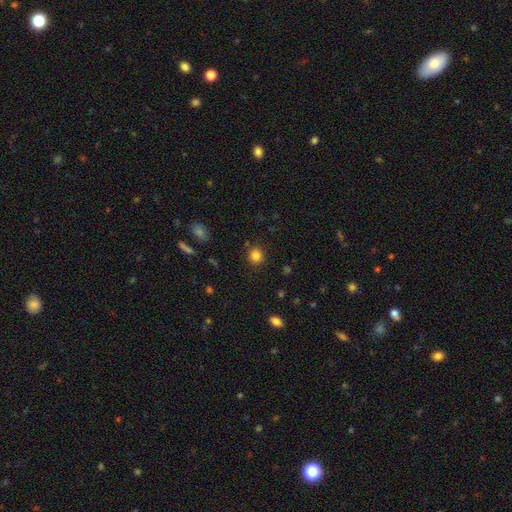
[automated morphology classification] A smooth galaxy with no disk features (83%) that is round (86%). Merging: none (88%).